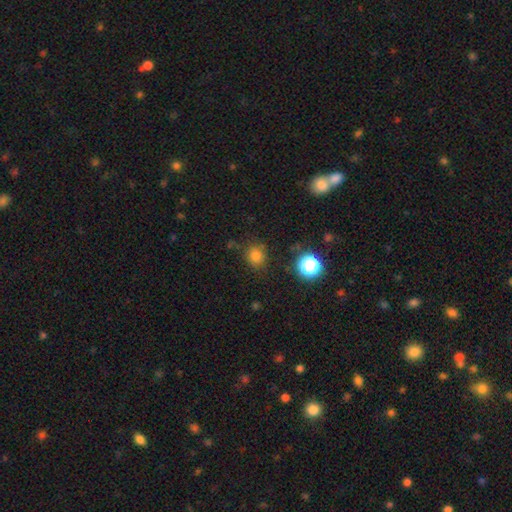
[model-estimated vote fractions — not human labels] Morphology: type=smooth (77%); roundness=round (84%); merging=none (81%).